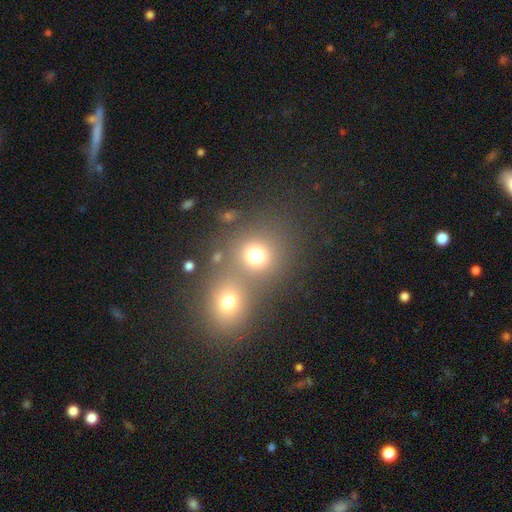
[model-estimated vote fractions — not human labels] This appears to be a smooth galaxy with no disk features (74%) that is round (84%). Merging: none (47%).